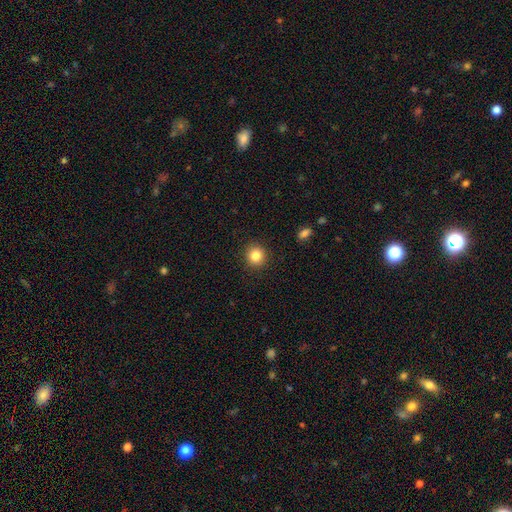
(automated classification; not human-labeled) A smooth galaxy with no disk features (84%) that is round (91%).

Vote fractions:
- Smooth or featured? smooth: 84% / star or artifact: 11% / featured or disk: 6%
- How rounded? round: 91% / in between: 8% / cigar-shaped: 1%
- Merging? none: 92% / minor disturbance: 5% / major disturbance: 2% / merger: 1%